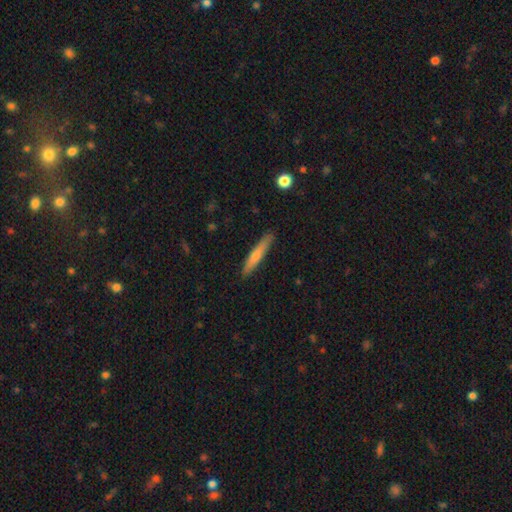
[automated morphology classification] A smooth galaxy with no disk features (68%) that is cigar-shaped (92%). Merging: none (87%).